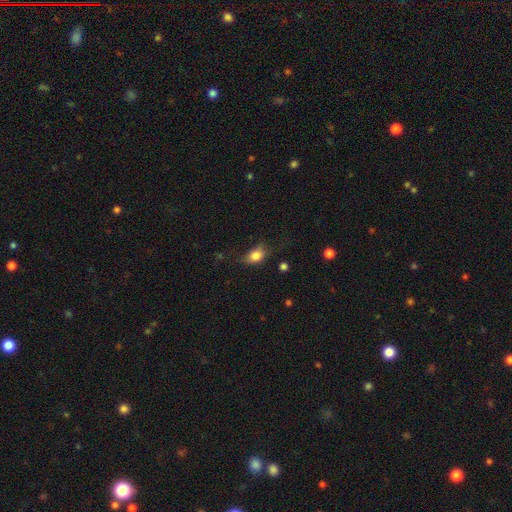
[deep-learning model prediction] A smooth galaxy with no disk features (81%) that is in between round and cigar-shaped (74%).

Vote fractions:
- Smooth or featured? smooth: 81% / featured or disk: 10% / star or artifact: 9%
- How rounded? in between: 74% / round: 23% / cigar-shaped: 3%
- Merging? none: 52% / minor disturbance: 31% / major disturbance: 15% / merger: 2%